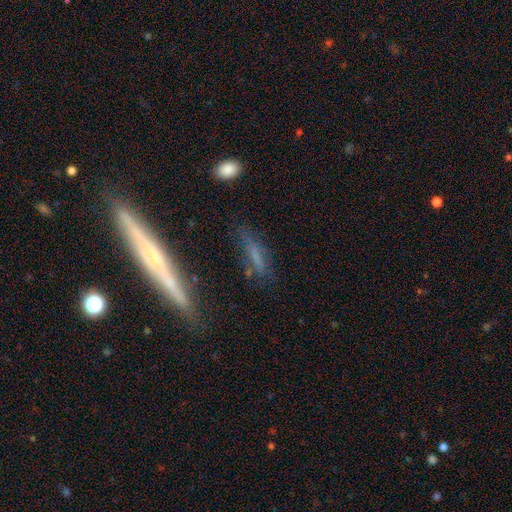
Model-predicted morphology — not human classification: type=smooth (55%); roundness=cigar-shaped (73%); merging=none (63%).